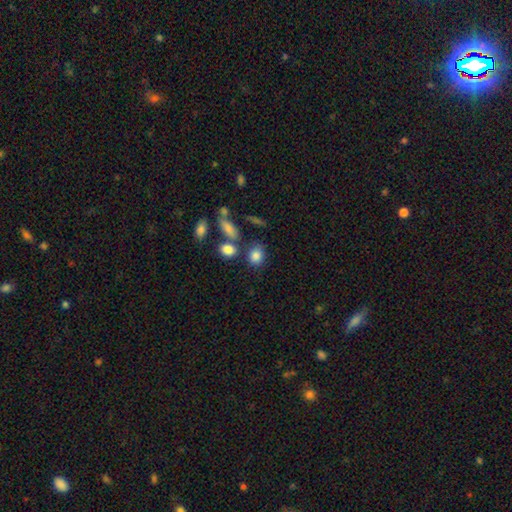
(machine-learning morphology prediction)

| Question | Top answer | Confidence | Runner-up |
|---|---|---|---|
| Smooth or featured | smooth | 83% | star or artifact (10%) |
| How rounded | round | 52% | in between (46%) |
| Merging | none | 67% | merger (15%) |